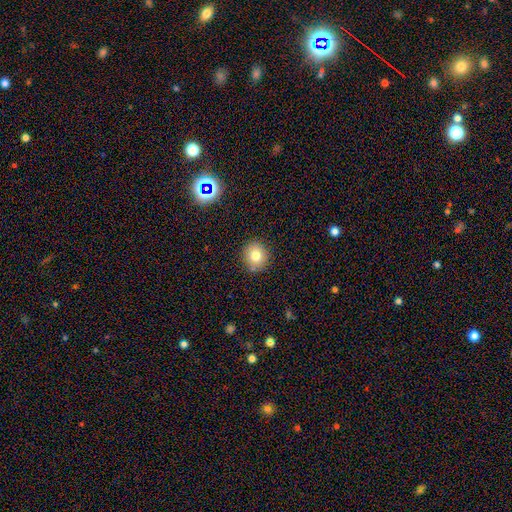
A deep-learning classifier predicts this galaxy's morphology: Smooth or featured: smooth — 77% (star or artifact — 12%)
How rounded: round — 81% (in between — 18%)
Merging: none — 86% (minor disturbance — 10%)